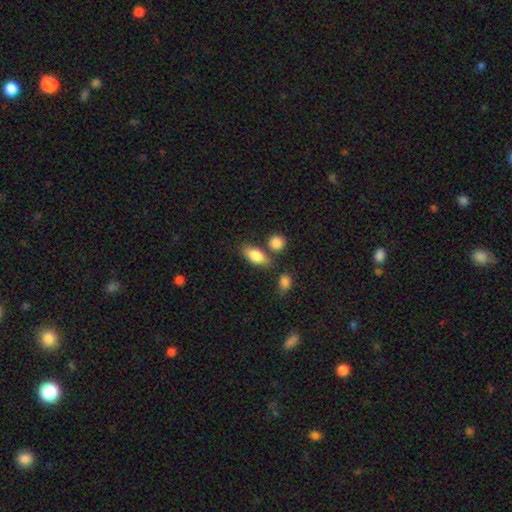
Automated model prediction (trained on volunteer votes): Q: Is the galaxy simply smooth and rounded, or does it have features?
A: smooth — 78%.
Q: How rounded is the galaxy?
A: in between — 79%.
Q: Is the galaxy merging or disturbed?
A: none — 68%.